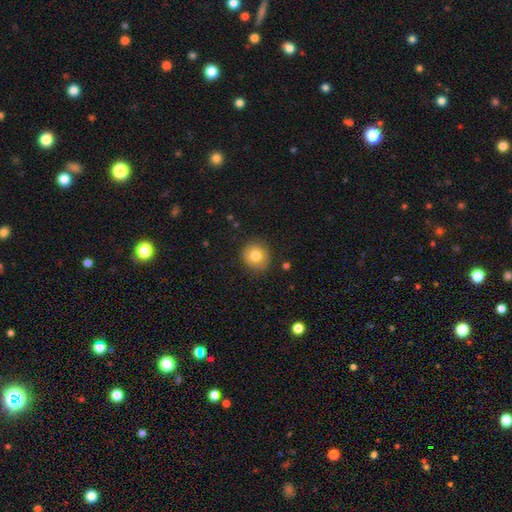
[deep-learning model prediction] Overall: smooth (80%). How rounded: round (87%). Merging: none (87%).